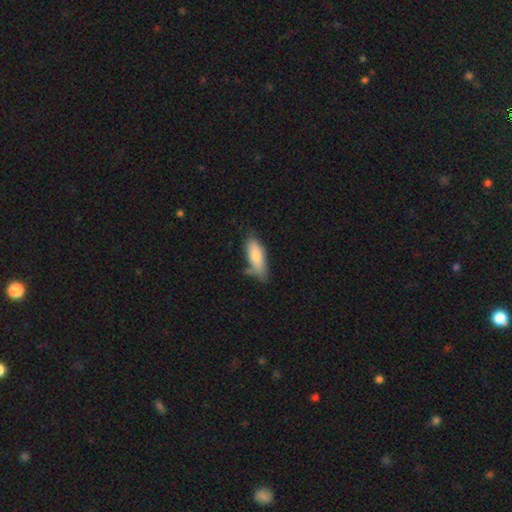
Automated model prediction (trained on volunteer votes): This appears to be a smooth galaxy with no disk features (75%) that is in between round and cigar-shaped (58%). Merging: none (62%).